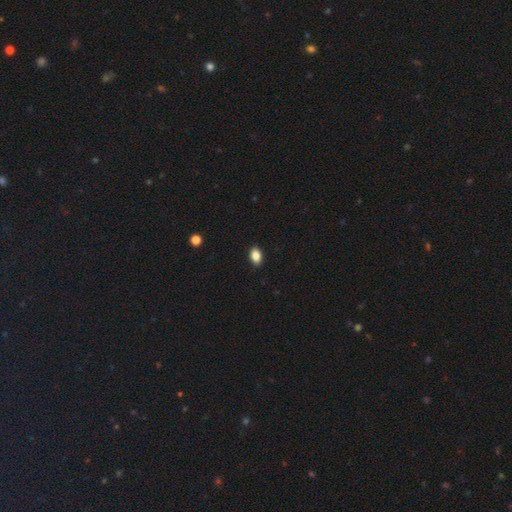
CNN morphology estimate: Q: Smooth or featured?
A: smooth (87%); runner-up: star or artifact (9%)
Q: How rounded?
A: in between (85%); runner-up: round (14%)
Q: Merging?
A: none (89%); runner-up: minor disturbance (8%)